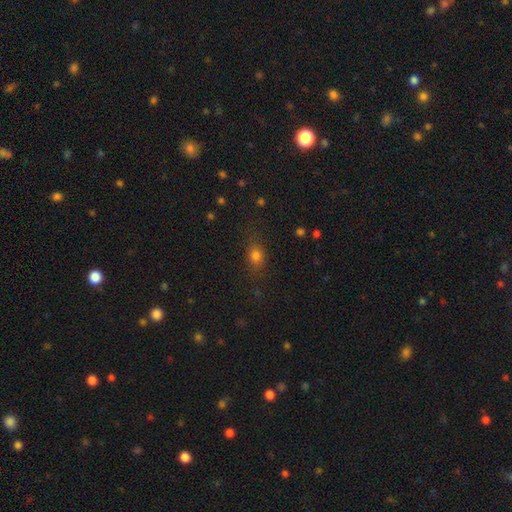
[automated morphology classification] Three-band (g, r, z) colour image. It shows a smooth galaxy with no disk features (75%) that is in between round and cigar-shaped (56%). Merging: none (78%).